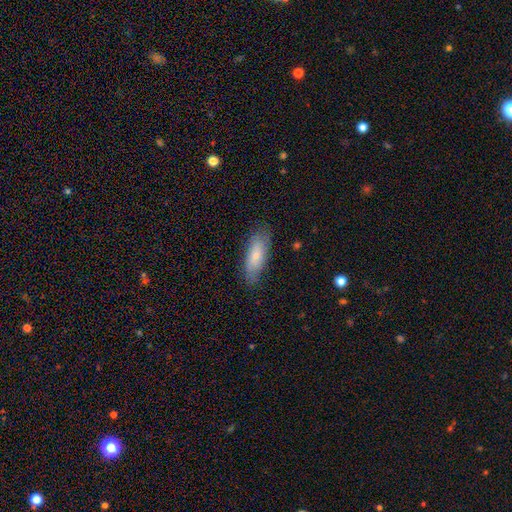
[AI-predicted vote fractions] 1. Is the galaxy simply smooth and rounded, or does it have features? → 71% smooth, 23% featured or disk, 6% star or artifact.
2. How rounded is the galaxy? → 67% in between, 31% cigar-shaped, 2% round.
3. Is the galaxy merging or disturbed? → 78% none, 17% minor disturbance, 4% major disturbance, 1% merger.